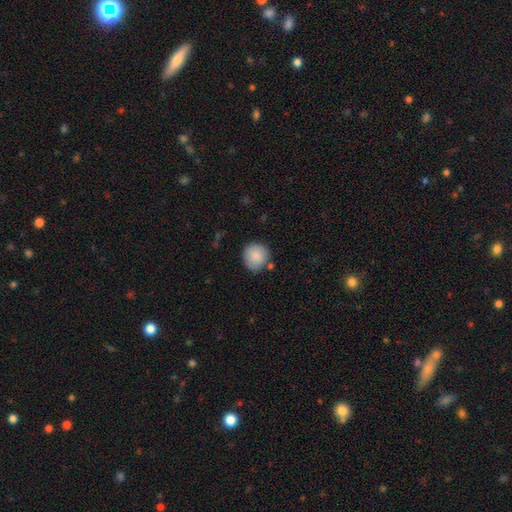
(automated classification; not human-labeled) smooth 88%, star or artifact 7%, featured or disk 5%. Down the decision tree: how rounded — round (91%); merging — none (78%).